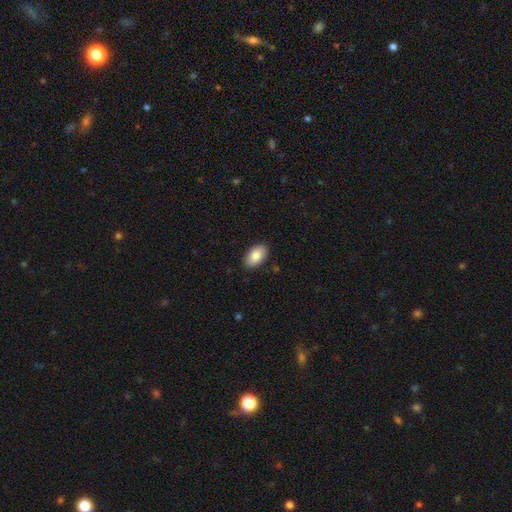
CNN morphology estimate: This is clearly a smooth galaxy (87%). How rounded: clearly in between (94%). Merging: clearly none (89%).